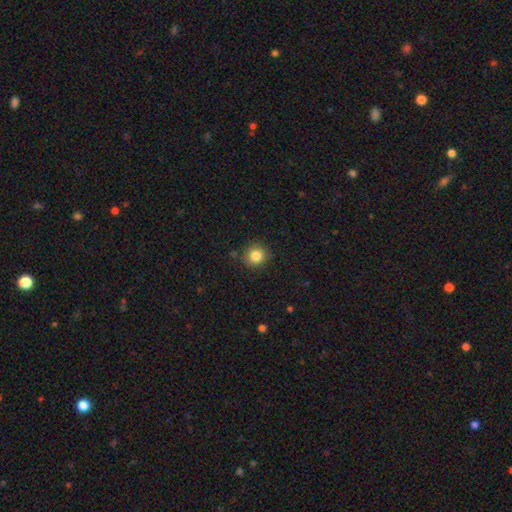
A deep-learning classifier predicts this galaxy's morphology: Smooth or featured: smooth — 83% (star or artifact — 11%)
How rounded: round — 92% (in between — 8%)
Merging: none — 88% (minor disturbance — 8%)